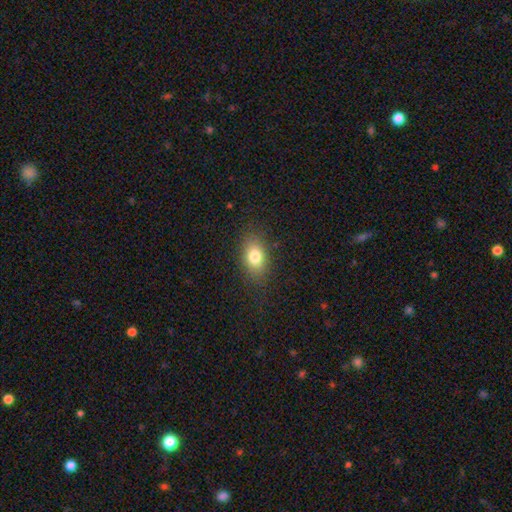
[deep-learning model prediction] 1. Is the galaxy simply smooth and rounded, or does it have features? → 76% smooth, 13% star or artifact, 11% featured or disk.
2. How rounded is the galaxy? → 81% in between, 16% round, 4% cigar-shaped.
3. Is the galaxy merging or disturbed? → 87% none, 10% minor disturbance, 2% major disturbance, 1% merger.